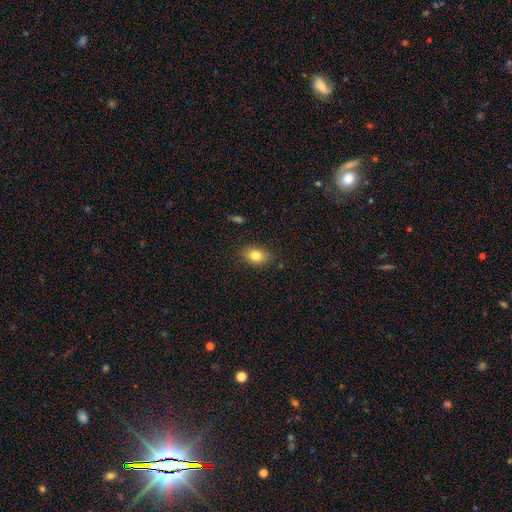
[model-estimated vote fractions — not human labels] Smooth or featured?
  - smooth: 81% *
  - featured or disk: 10%
  - star or artifact: 9%
How rounded?
  - in between: 80% *
  - round: 19%
  - cigar-shaped: 2%
Merging?
  - none: 84% *
  - minor disturbance: 13%
  - major disturbance: 3%
  - merger: 1%